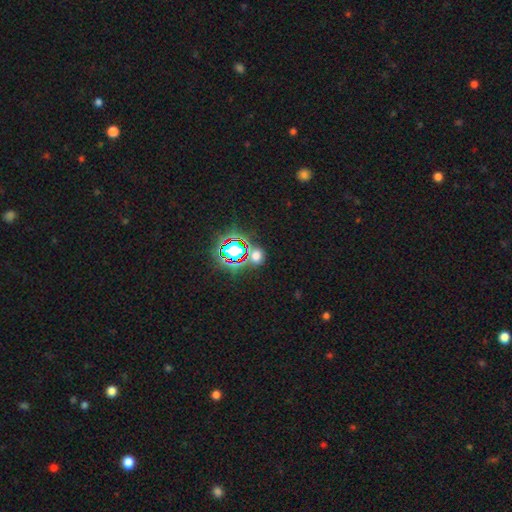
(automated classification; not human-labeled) Smooth or featured?
  - smooth: 49% *
  - star or artifact: 43%
  - featured or disk: 8%
Merging?
  - none: 73% *
  - merger: 11%
  - minor disturbance: 11%
  - major disturbance: 5%